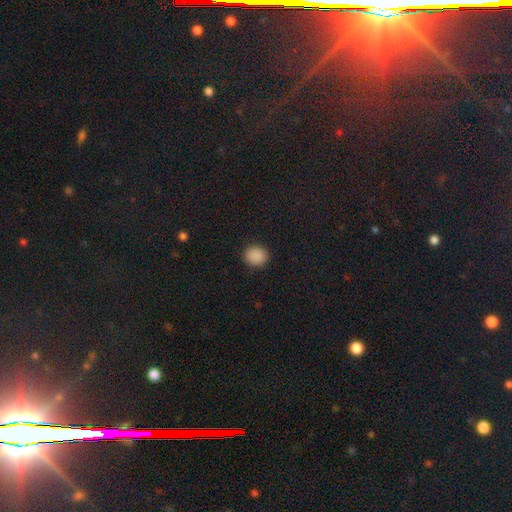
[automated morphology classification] The model was most divided on "how rounded": round: 82%, in between: 17%, cigar-shaped: 1%. More confident: merging — none (91%); smooth or featured — smooth (88%).